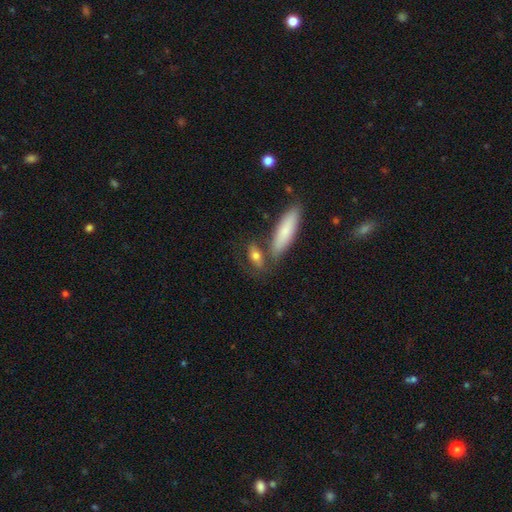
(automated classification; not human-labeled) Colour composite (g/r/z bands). It shows a smooth galaxy with no disk features (72%) that is in between round and cigar-shaped (61%). Merging: none (61%).